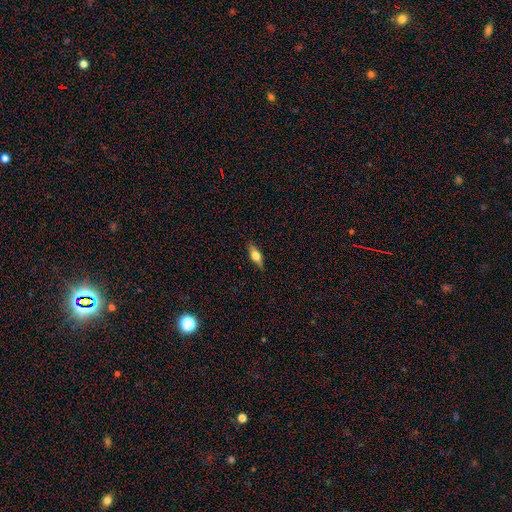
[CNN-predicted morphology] Smooth or featured? Predicted: smooth (p=0.50). How rounded? Predicted: in between (p=0.60). Merging? Predicted: none (p=0.85).